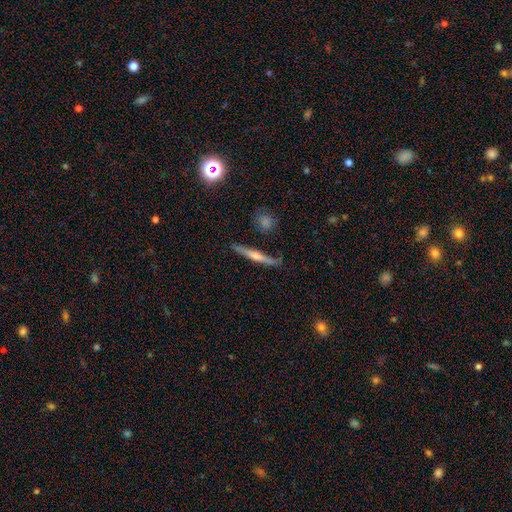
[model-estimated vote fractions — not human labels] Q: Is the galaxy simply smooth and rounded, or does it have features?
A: featured or disk — 66%.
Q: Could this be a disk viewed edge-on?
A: yes — 95%.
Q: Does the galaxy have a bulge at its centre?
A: rounded — 74%.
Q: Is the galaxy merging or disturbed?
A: none — 83%.